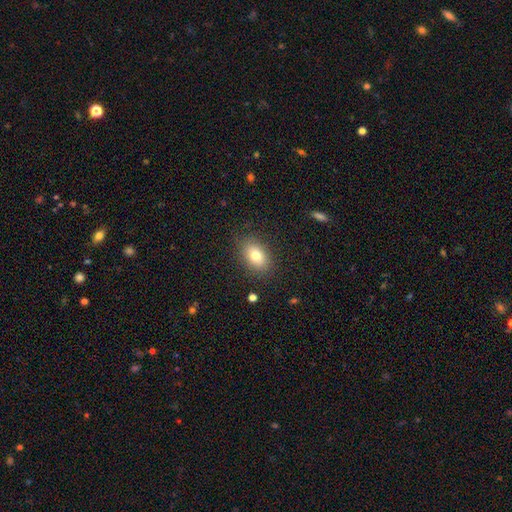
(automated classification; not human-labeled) The model was most divided on "smooth or featured": smooth: 77%, featured or disk: 13%, star or artifact: 9%. More confident: merging — none (85%); how rounded — in between (83%).